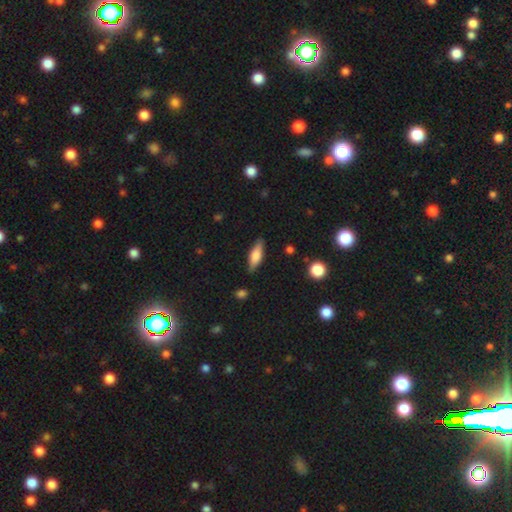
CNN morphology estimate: Smooth or featured?
  - smooth: 67% *
  - featured or disk: 27%
  - star or artifact: 7%
How rounded?
  - in between: 54% *
  - cigar-shaped: 44%
  - round: 2%
Merging?
  - none: 85% *
  - minor disturbance: 12%
  - major disturbance: 2%
  - merger: 1%